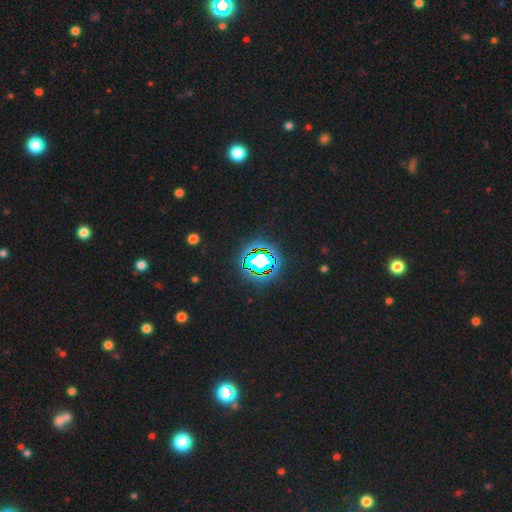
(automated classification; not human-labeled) Smooth or featured?
  - star or artifact: 77% *
  - smooth: 15%
  - featured or disk: 8%